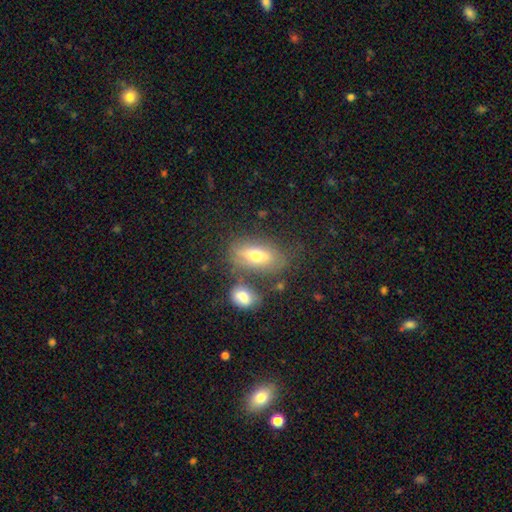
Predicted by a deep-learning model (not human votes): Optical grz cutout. It shows a smooth galaxy with no disk features (60%) that is in between round and cigar-shaped (83%). Merging: none (59%).